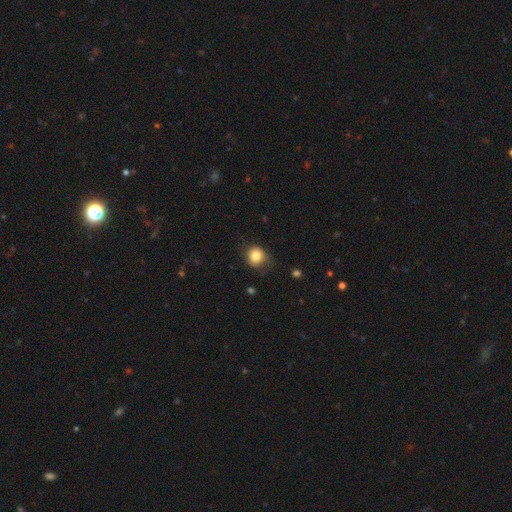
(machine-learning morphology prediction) smooth 83%, star or artifact 9%, featured or disk 8%. Down the decision tree: how rounded — round (76%); merging — none (58%).